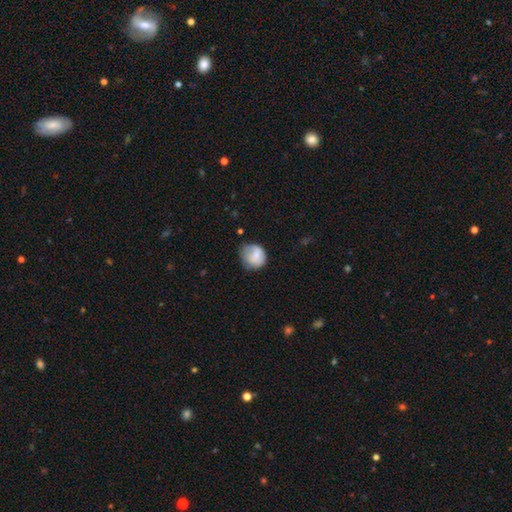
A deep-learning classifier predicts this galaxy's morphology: Smooth or featured: smooth — 75% (featured or disk — 17%)
How rounded: round — 74% (in between — 25%)
Merging: none — 51% (minor disturbance — 34%)